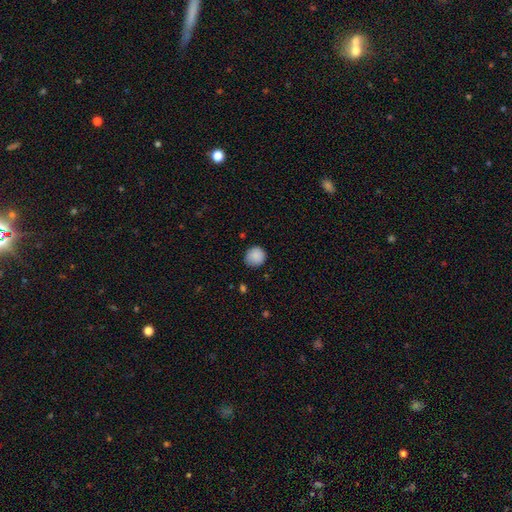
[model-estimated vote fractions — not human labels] A smooth galaxy with no disk features (88%) that is round (90%).

Vote fractions:
- Smooth or featured? smooth: 88% / star or artifact: 8% / featured or disk: 4%
- How rounded? round: 90% / in between: 9% / cigar-shaped: 1%
- Merging? none: 81% / minor disturbance: 15% / major disturbance: 3% / merger: 1%